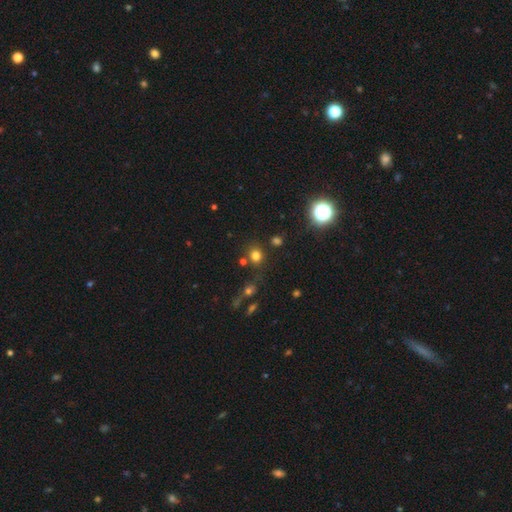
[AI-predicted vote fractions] Smooth or featured: smooth — 74% (star or artifact — 20%)
How rounded: round — 80% (in between — 19%)
Merging: none — 78% (minor disturbance — 10%)